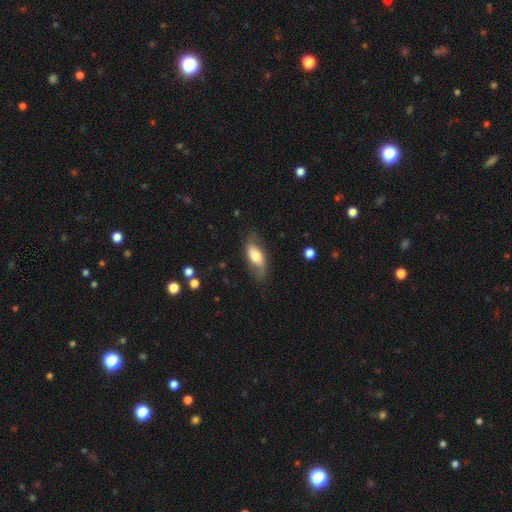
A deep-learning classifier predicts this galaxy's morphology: A smooth galaxy with no disk features (47%). Merging: none (69%).